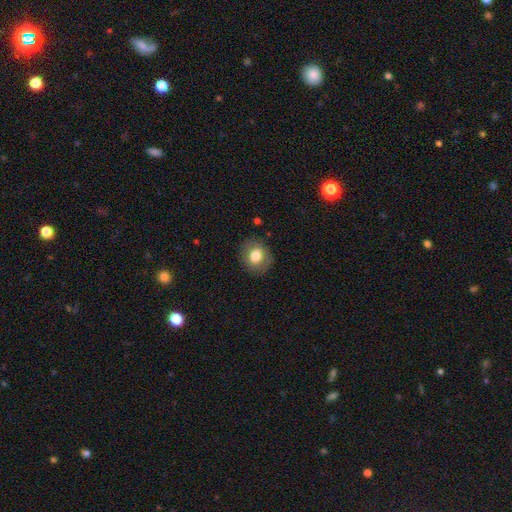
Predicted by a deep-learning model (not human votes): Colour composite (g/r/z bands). It shows a smooth galaxy with no disk features (77%) that is round (70%). Merging: none (85%).